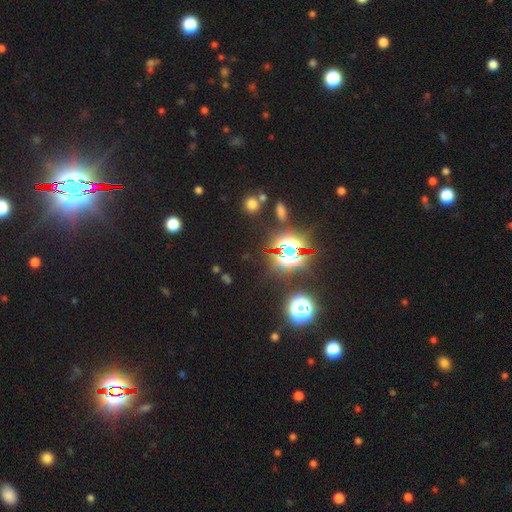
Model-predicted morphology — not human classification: type=star or artifact (84%).